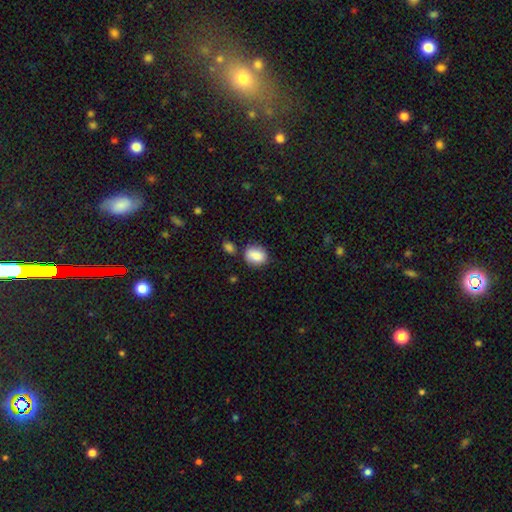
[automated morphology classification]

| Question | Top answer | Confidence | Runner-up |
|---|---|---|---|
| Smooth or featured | smooth | 85% | star or artifact (8%) |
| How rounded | in between | 58% | round (40%) |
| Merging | none | 70% | minor disturbance (18%) |